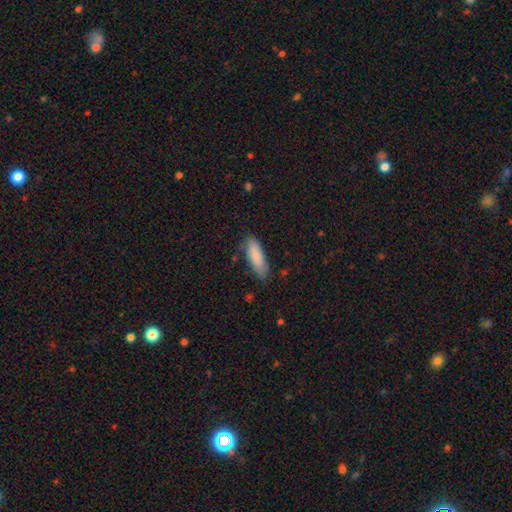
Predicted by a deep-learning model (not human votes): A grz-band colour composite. It shows a smooth galaxy with no disk features (82%) that is in between round and cigar-shaped (61%). Merging: none (75%).